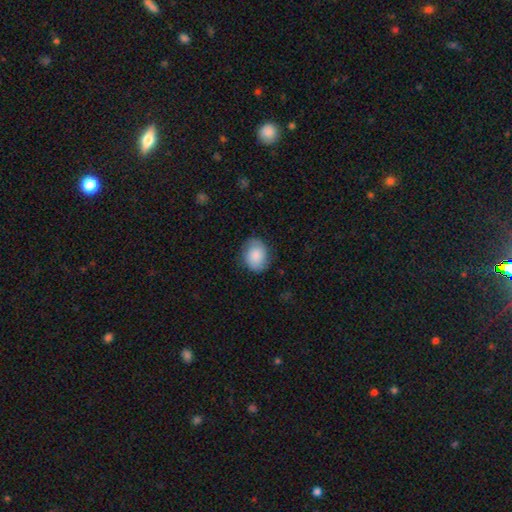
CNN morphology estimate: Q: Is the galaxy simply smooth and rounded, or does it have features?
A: smooth — 76%.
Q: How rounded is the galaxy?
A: round — 50%.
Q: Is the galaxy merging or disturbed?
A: none — 78%.